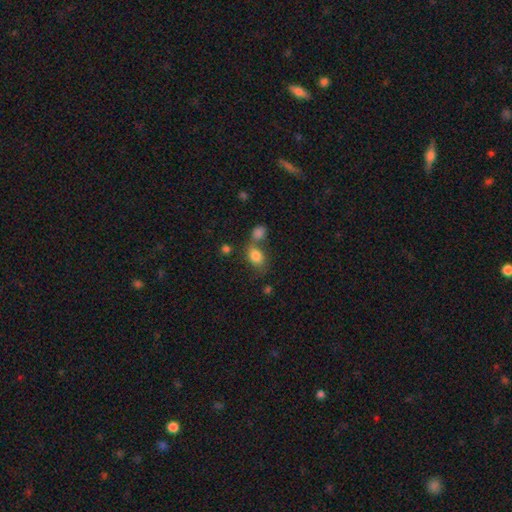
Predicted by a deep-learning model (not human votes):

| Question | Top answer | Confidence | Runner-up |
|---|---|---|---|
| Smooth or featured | smooth | 82% | star or artifact (10%) |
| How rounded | in between | 72% | round (27%) |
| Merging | none | 48% | merger (32%) |